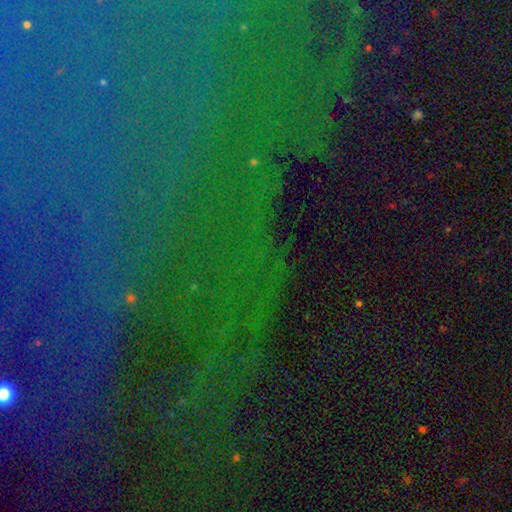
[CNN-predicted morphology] This is clearly a star or artifact rather than a galaxy (82%).